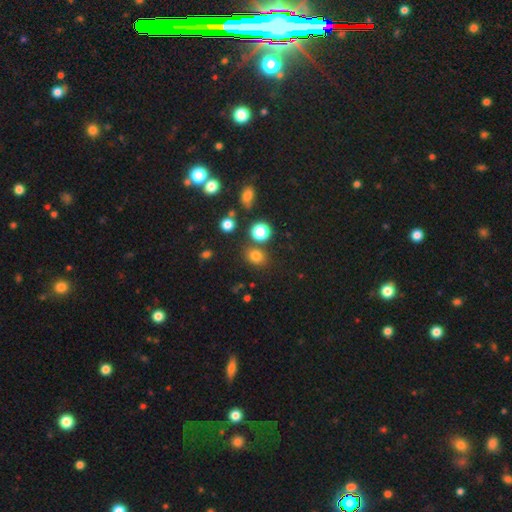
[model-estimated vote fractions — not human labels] This appears to be a smooth galaxy with no disk features (76%) that is round (55%). Merging: none (76%).